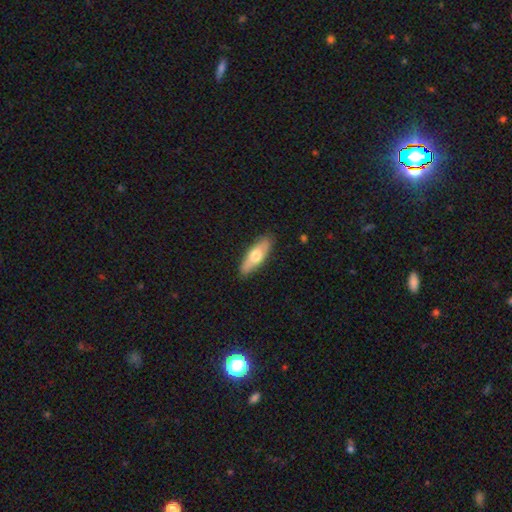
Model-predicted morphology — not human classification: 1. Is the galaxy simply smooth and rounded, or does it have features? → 59% smooth, 35% featured or disk, 5% star or artifact.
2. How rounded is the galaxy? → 59% in between, 38% cigar-shaped, 2% round.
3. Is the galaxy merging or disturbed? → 87% none, 10% minor disturbance, 2% major disturbance, 1% merger.